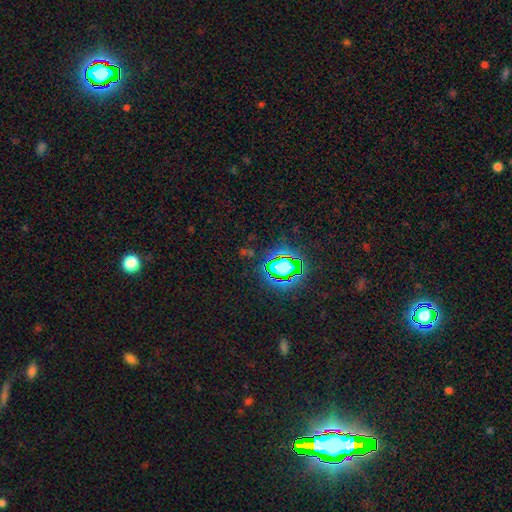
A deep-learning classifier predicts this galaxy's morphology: Smooth or featured? star or artifact (78%)